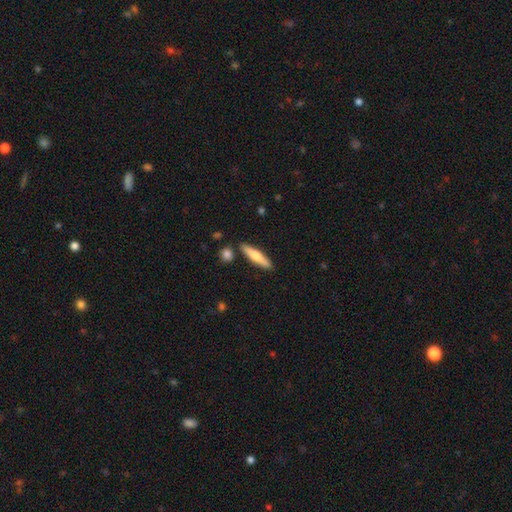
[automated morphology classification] type=smooth (58%); roundness=cigar-shaped (81%); merging=none (87%).